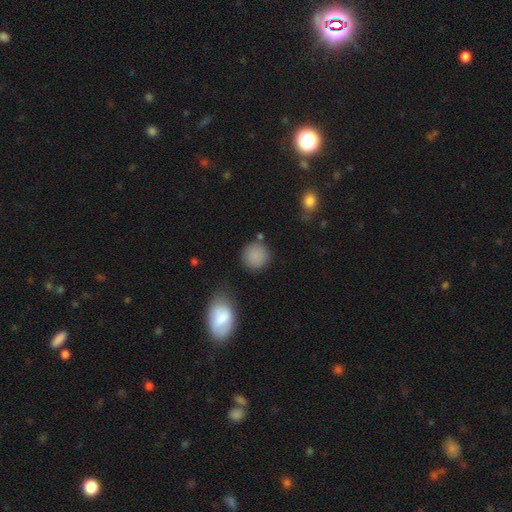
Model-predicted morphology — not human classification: This is clearly a smooth galaxy (86%). How rounded: clearly round (90%). Merging: likely none (80%).